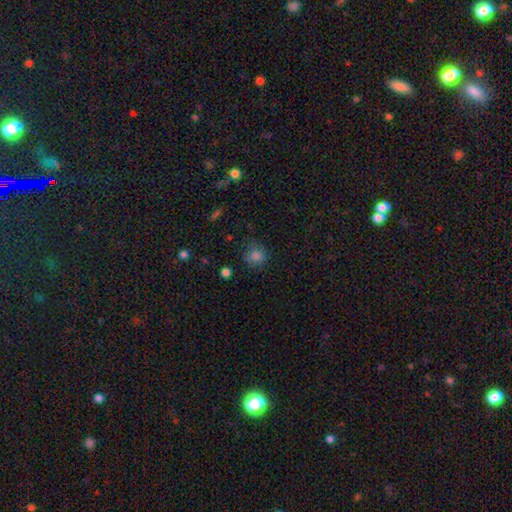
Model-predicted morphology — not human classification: Smooth or featured?
  - smooth: 80% *
  - star or artifact: 13%
  - featured or disk: 7%
How rounded?
  - round: 83% *
  - in between: 16%
  - cigar-shaped: 1%
Merging?
  - none: 73% *
  - minor disturbance: 19%
  - major disturbance: 7%
  - merger: 2%